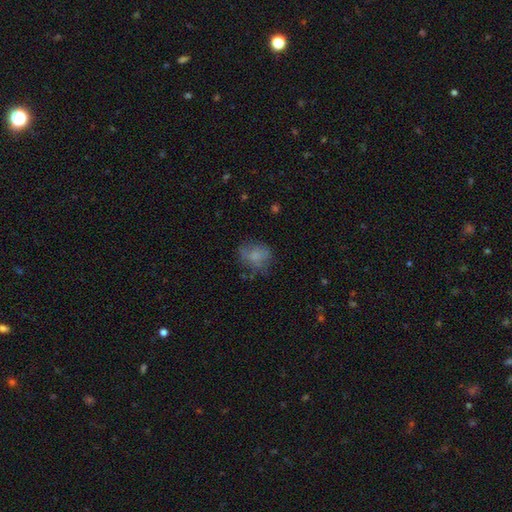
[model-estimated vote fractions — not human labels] Smooth or featured? Predicted: smooth (p=0.68). How rounded? Predicted: round (p=0.55). Merging? Predicted: none (p=0.57).